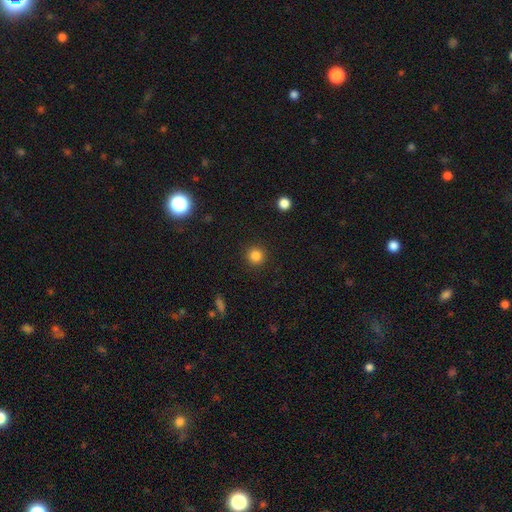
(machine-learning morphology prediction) Smooth or featured? Predicted: smooth (p=0.84). How rounded? Predicted: round (p=0.95). Merging? Predicted: none (p=0.92).